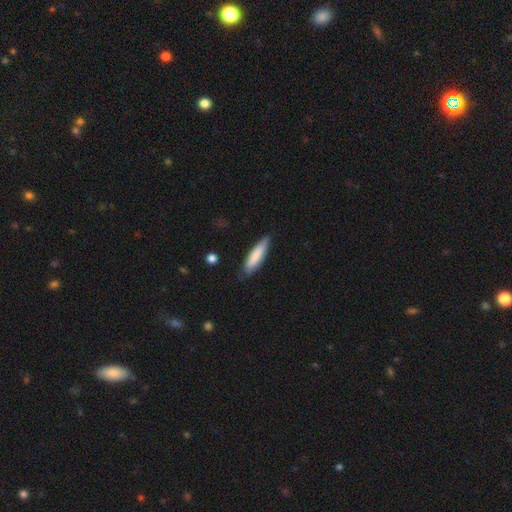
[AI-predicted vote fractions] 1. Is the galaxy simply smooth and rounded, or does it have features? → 81% smooth, 14% featured or disk, 5% star or artifact.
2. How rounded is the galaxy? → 68% cigar-shaped, 31% in between, 1% round.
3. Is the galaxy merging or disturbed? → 75% none, 21% minor disturbance, 3% major disturbance, 1% merger.